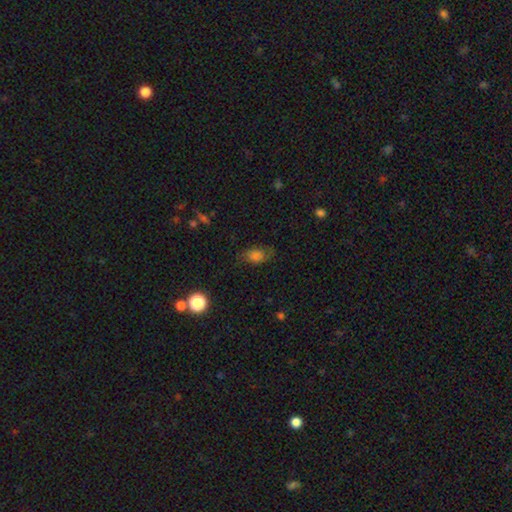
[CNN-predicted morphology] Smooth or featured? Predicted: smooth (p=0.65). How rounded? Predicted: in between (p=0.77). Merging? Predicted: none (p=0.66).